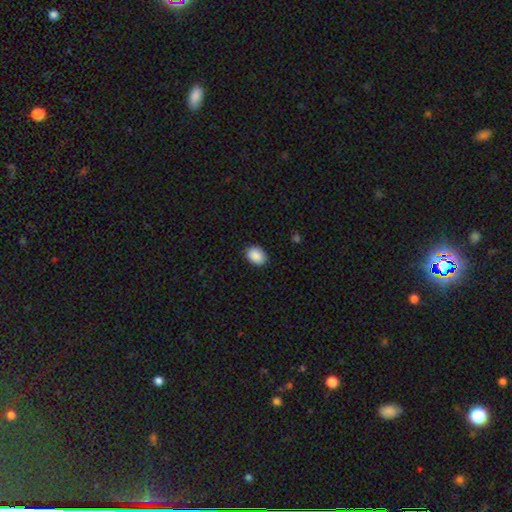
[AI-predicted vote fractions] smooth 90%, star or artifact 7%, featured or disk 3%. Down the decision tree: how rounded — in between (68%); merging — none (88%).